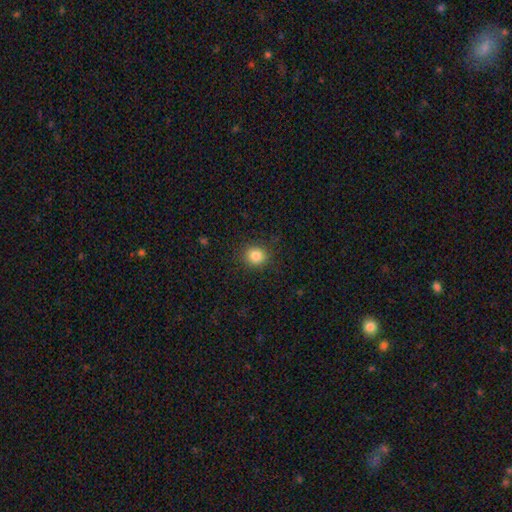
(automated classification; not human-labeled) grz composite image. It shows a smooth galaxy with no disk features (84%) that is round (84%). Merging: none (89%).